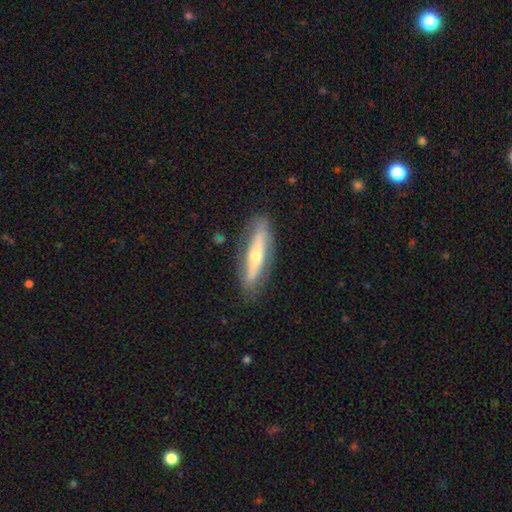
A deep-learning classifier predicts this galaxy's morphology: Q: Smooth or featured?
A: featured or disk (59%); runner-up: smooth (35%)
Q: Edge-on disk?
A: yes (54%); runner-up: no (46%)
Q: Merging?
A: none (79%); runner-up: minor disturbance (15%)